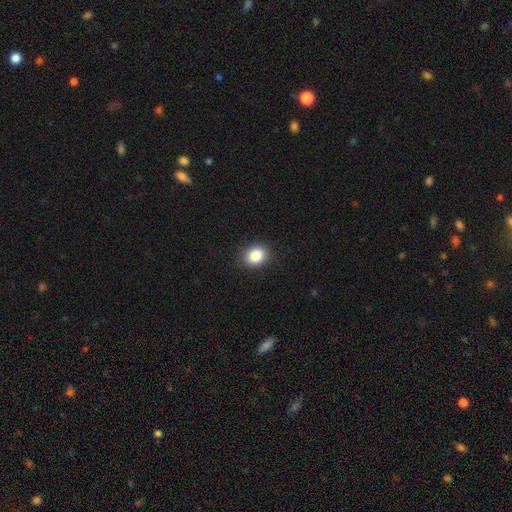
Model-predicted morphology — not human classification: Overall: smooth (85%). How rounded: round (54%; in between 46%). Merging: none (89%).